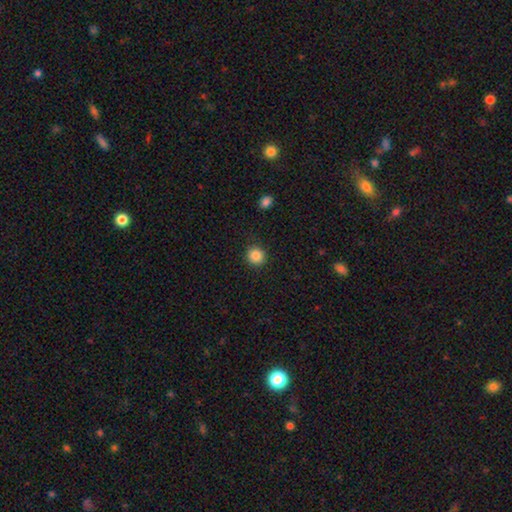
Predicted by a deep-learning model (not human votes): Smooth or featured: smooth — 86% (star or artifact — 10%)
How rounded: round — 92% (in between — 7%)
Merging: none — 89% (minor disturbance — 7%)